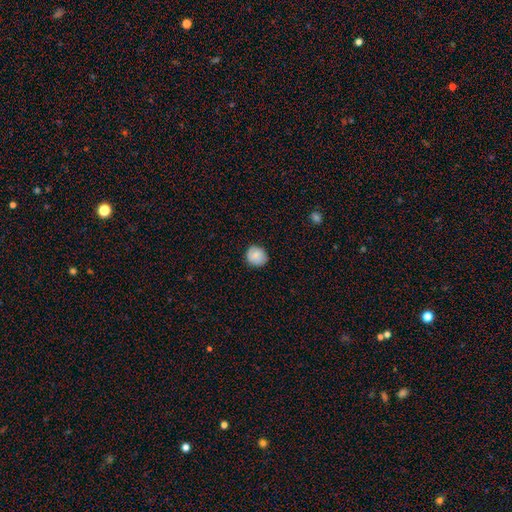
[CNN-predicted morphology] The model was most divided on "smooth or featured": smooth: 82%, featured or disk: 11%, star or artifact: 8%. More confident: how rounded — round (85%); merging — none (85%).